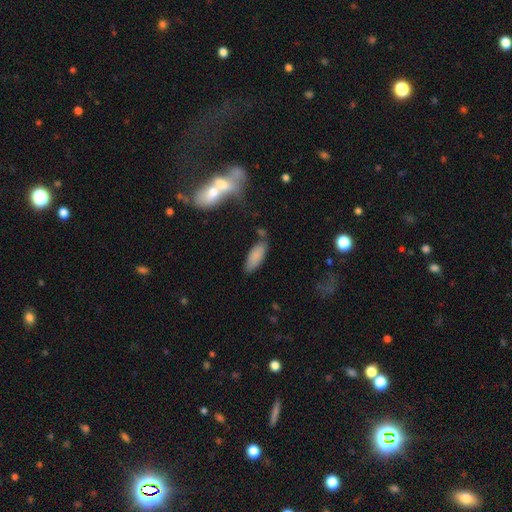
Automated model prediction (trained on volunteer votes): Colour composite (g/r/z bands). It shows a smooth galaxy with no disk features (84%) that is in between round and cigar-shaped (75%). Merging: none (74%).